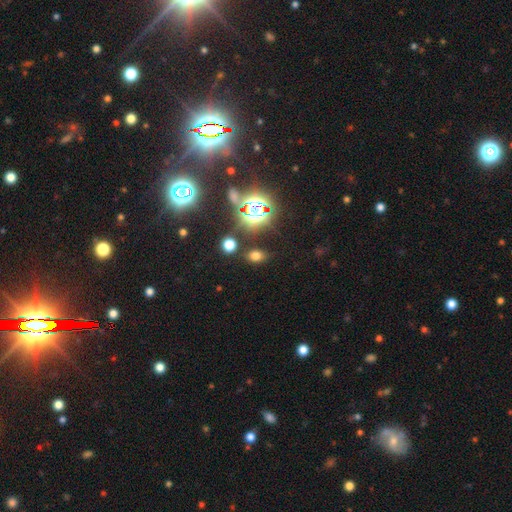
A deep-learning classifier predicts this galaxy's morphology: Q: Smooth or featured?
A: smooth (61%); runner-up: star or artifact (31%)
Q: How rounded?
A: in between (78%); runner-up: round (19%)
Q: Merging?
A: none (82%); runner-up: minor disturbance (10%)